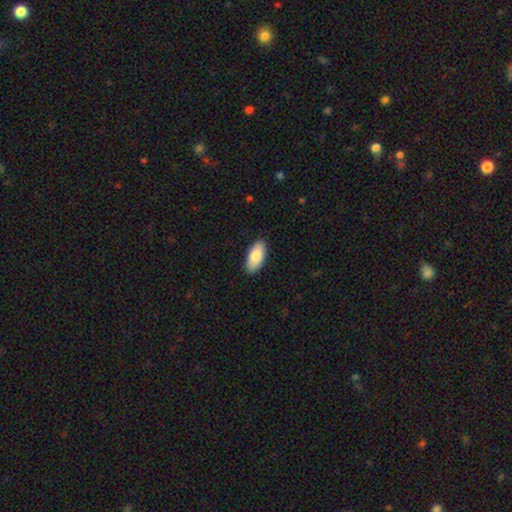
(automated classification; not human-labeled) smooth-or-featured: smooth: 85% | featured or disk: 9% | star or artifact: 6%
  how-rounded: in between: 91% | cigar-shaped: 7% | round: 2%
  merging: none: 89% | minor disturbance: 8% | major disturbance: 2% | merger: 1%